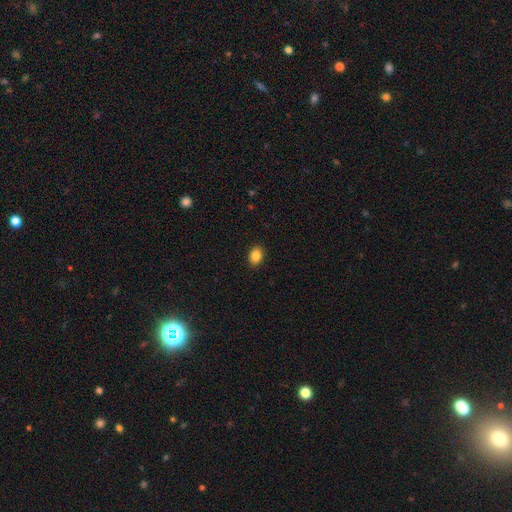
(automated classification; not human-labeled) Smooth or featured?
  - smooth: 86% *
  - star or artifact: 9%
  - featured or disk: 5%
How rounded?
  - in between: 72% *
  - round: 27%
  - cigar-shaped: 1%
Merging?
  - none: 90% *
  - minor disturbance: 7%
  - major disturbance: 2%
  - merger: 1%